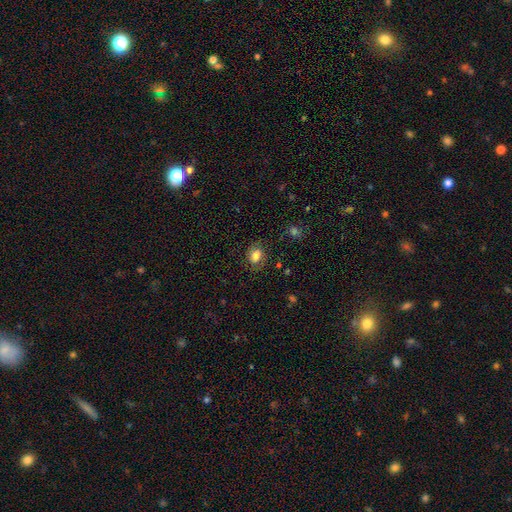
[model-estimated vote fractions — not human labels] Overall: smooth (71%). How rounded: in between (55%; round 44%). Merging: none (76%).